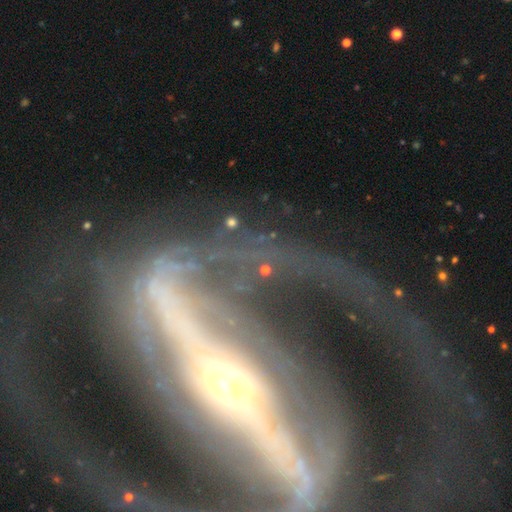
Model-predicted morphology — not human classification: Overall: featured or disk (84%). Edge-on disk: no (88%). Bar: strong (54%; no 26%). Spiral arms: yes (78%). Spiral arm count: 2 (51%; can't tell 19%). Spiral winding: medium (35%, tied with loose). Bulge size: moderate (44%; small 43%). Merging: major disturbance (43%; none 37%).